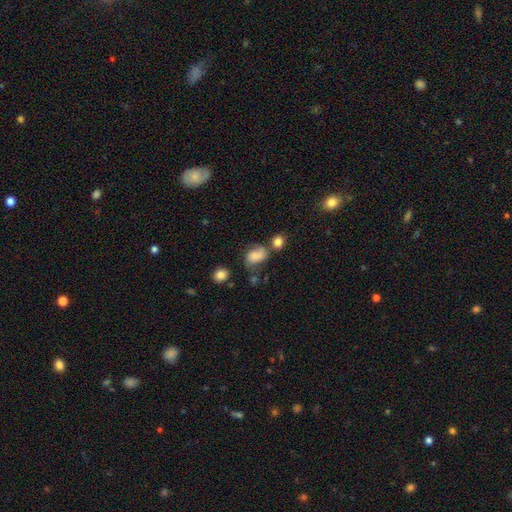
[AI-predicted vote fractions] Smooth or featured?
  - smooth: 62% *
  - featured or disk: 26%
  - star or artifact: 12%
How rounded?
  - in between: 68% *
  - round: 30%
  - cigar-shaped: 2%
Merging?
  - none: 39% *
  - minor disturbance: 25%
  - merger: 21%
  - major disturbance: 16%